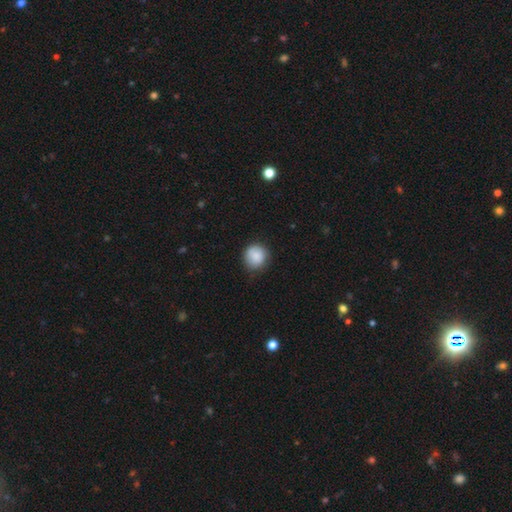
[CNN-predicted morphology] Smooth or featured? Predicted: smooth (p=0.87). How rounded? Predicted: round (p=0.91). Merging? Predicted: none (p=0.78).